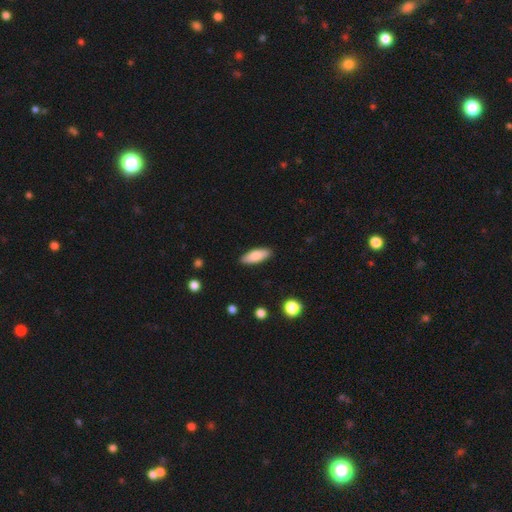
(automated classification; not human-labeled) Smooth or featured: smooth — 83% (featured or disk — 11%)
How rounded: in between — 69% (cigar-shaped — 29%)
Merging: none — 89% (minor disturbance — 9%)